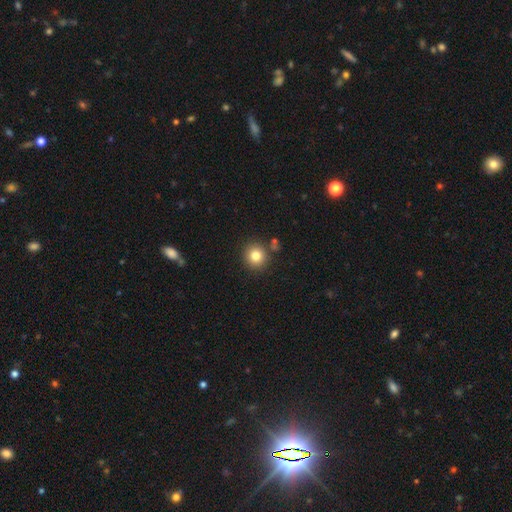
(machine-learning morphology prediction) type=smooth (81%); roundness=round (91%); merging=none (86%).